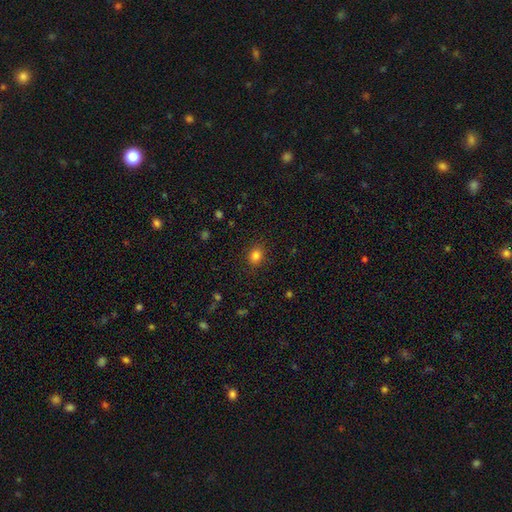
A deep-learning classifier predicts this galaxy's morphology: A smooth galaxy with no disk features (82%) that is round (70%). Merging: none (88%).